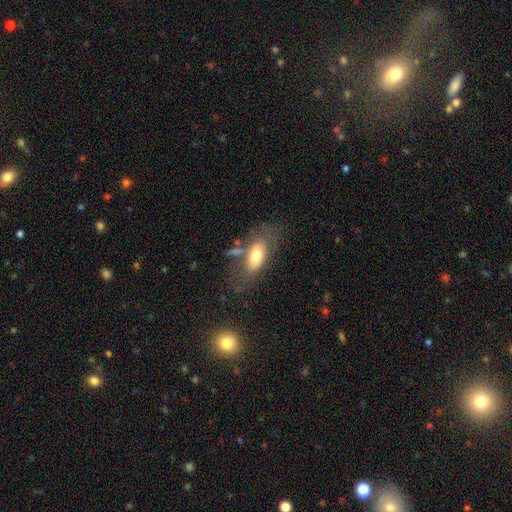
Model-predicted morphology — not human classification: Smooth or featured?
  - smooth: 64% *
  - featured or disk: 28%
  - star or artifact: 8%
How rounded?
  - in between: 86% *
  - cigar-shaped: 9%
  - round: 5%
Merging?
  - none: 54% *
  - minor disturbance: 20%
  - major disturbance: 15%
  - merger: 12%